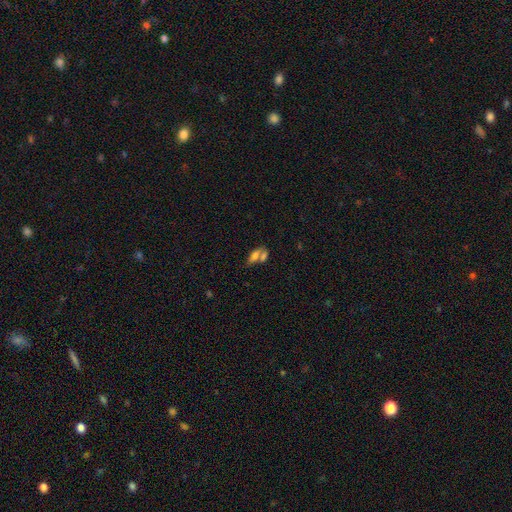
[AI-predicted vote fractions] Q: Smooth or featured?
A: smooth (66%); runner-up: featured or disk (23%)
Q: How rounded?
A: in between (77%); runner-up: cigar-shaped (16%)
Q: Merging?
A: merger (53%); runner-up: none (30%)